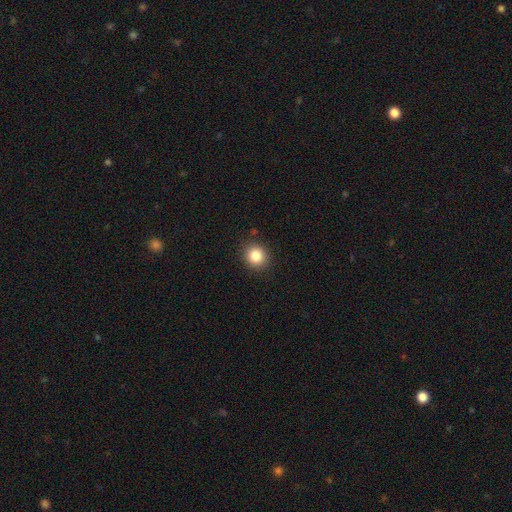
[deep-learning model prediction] This appears to be a smooth galaxy with no disk features (84%) that is round (85%). Merging: none (89%).